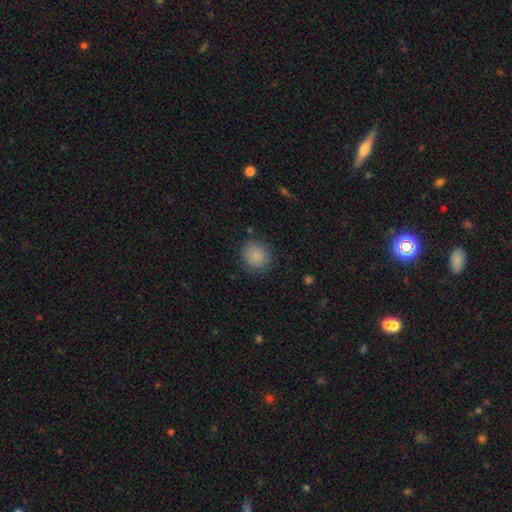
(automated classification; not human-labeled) smooth-or-featured: smooth: 86% | star or artifact: 9% | featured or disk: 5%
  how-rounded: round: 82% | in between: 17% | cigar-shaped: 1%
  merging: none: 85% | minor disturbance: 10% | major disturbance: 3% | merger: 1%